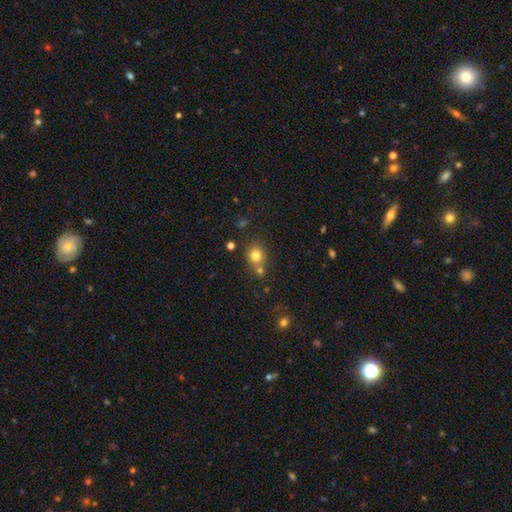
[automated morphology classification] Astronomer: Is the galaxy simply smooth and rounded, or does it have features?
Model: smooth — 79%.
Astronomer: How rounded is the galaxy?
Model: round — 76%.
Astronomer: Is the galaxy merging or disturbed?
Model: none — 61%.